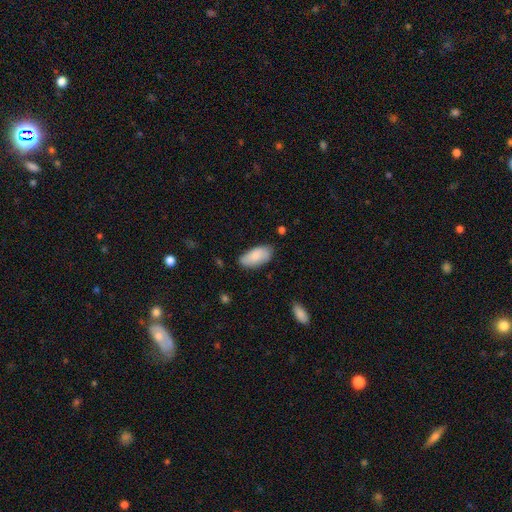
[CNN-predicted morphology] Smooth or featured? smooth (85%)
How rounded? in between (93%)
Merging? none (77%)